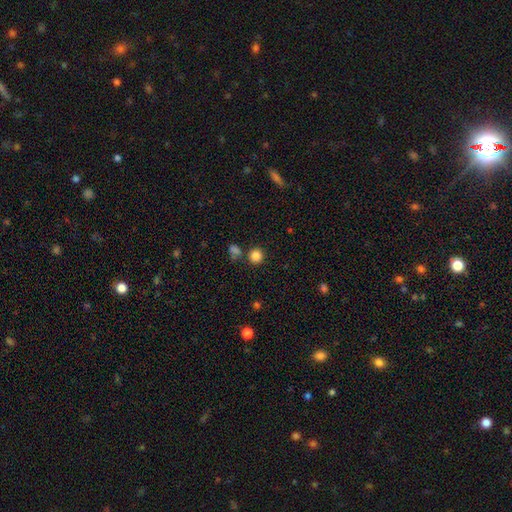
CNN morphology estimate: smooth-or-featured: smooth: 84% | star or artifact: 12% | featured or disk: 4%
  how-rounded: round: 92% | in between: 7% | cigar-shaped: 1%
  merging: none: 80% | merger: 10% | minor disturbance: 8% | major disturbance: 3%